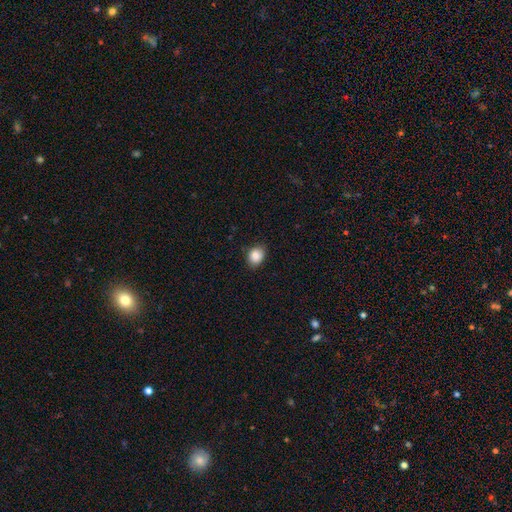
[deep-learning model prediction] This is clearly a smooth galaxy (86%). How rounded: possibly round (51%). Merging: clearly none (83%).